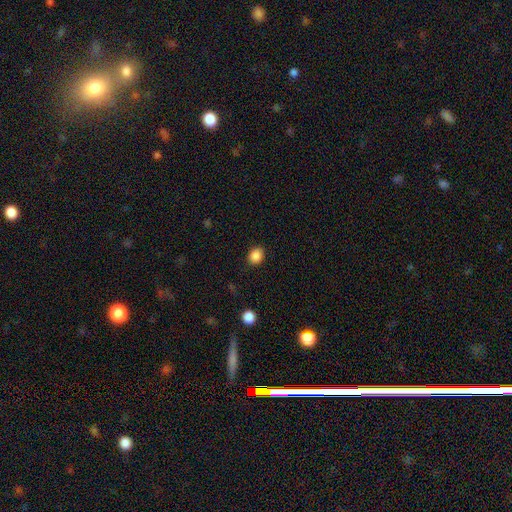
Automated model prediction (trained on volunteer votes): This appears to be a smooth galaxy with no disk features (87%) that is round (56%). Merging: none (88%).